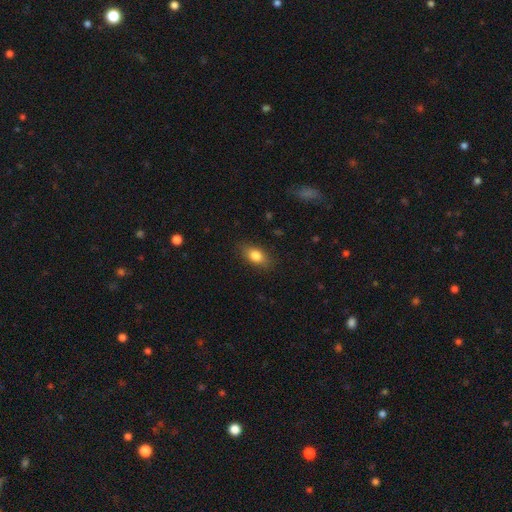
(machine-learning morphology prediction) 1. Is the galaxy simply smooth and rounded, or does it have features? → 82% smooth, 10% featured or disk, 8% star or artifact.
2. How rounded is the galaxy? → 84% in between, 11% round, 6% cigar-shaped.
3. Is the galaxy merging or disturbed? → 84% none, 12% minor disturbance, 3% major disturbance, 1% merger.